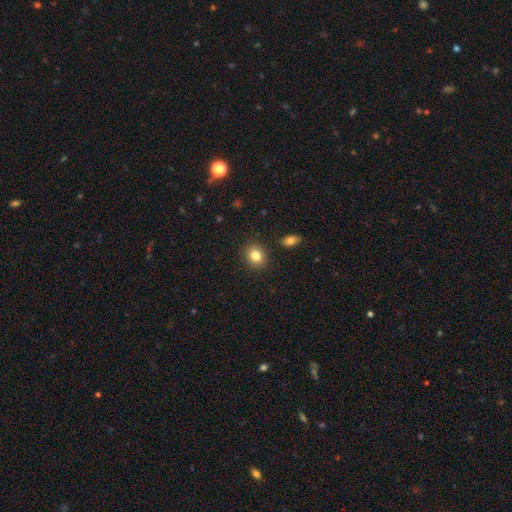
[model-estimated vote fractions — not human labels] Morphology: type=smooth (83%); roundness=round (64%); merging=none (88%).